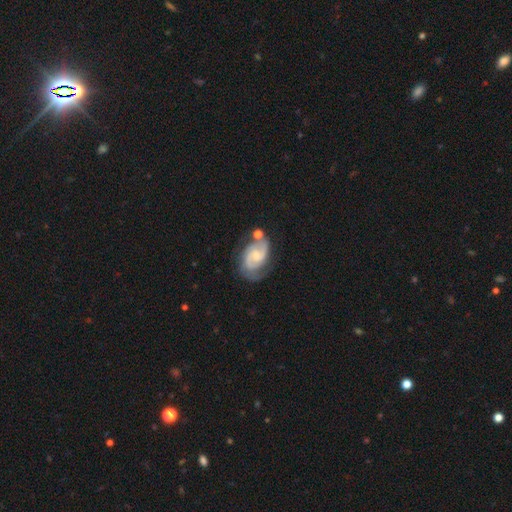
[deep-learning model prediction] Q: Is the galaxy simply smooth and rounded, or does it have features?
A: featured or disk — 83%.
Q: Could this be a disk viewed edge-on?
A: no — 97%.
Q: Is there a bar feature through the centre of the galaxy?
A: weak — 47%.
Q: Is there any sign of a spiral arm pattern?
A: yes — 96%.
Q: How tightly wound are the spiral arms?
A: medium — 52%.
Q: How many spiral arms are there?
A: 2 — 85%.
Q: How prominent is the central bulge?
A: small — 58%.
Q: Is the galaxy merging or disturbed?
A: none — 58%.